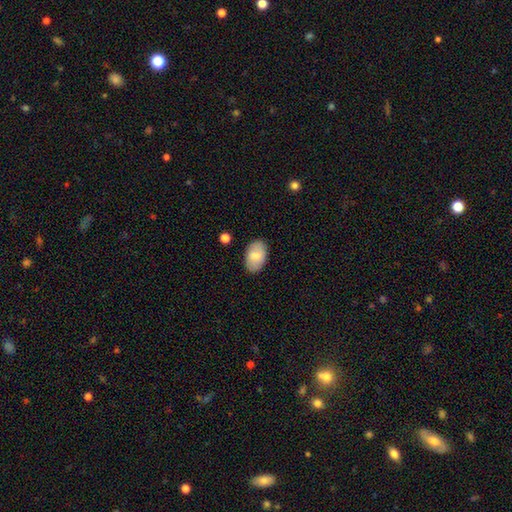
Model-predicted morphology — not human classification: Smooth or featured? smooth (78%)
How rounded? in between (93%)
Merging? none (87%)